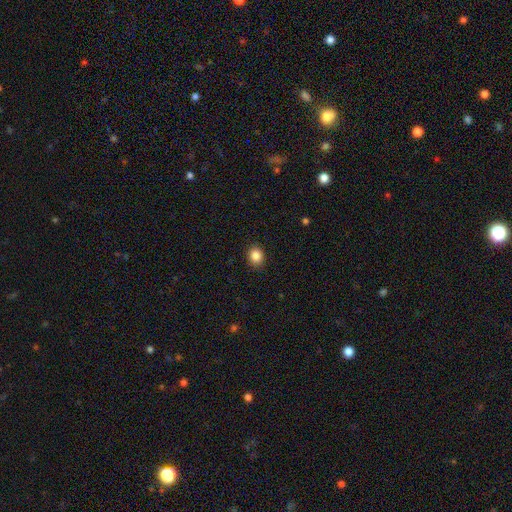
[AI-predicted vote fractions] smooth_or_featured: smooth (p=0.86) [alt: star or artifact p=0.10]
how_rounded: round (p=0.67) [alt: in between p=0.32]
merging: none (p=0.90) [alt: minor disturbance p=0.07]